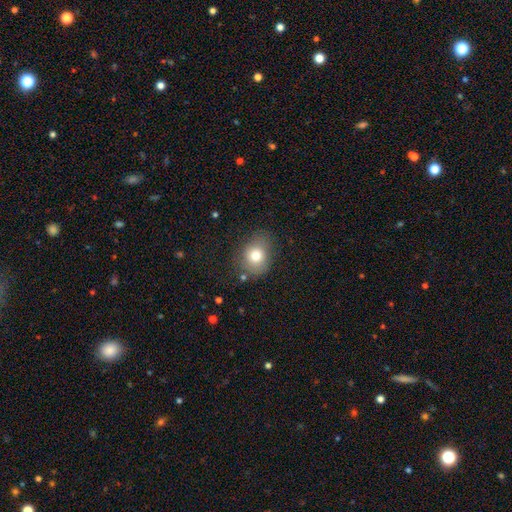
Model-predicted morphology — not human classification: smooth-or-featured: smooth: 76% | featured or disk: 12% | star or artifact: 11%
  how-rounded: round: 57% | in between: 42% | cigar-shaped: 1%
  merging: none: 70% | minor disturbance: 20% | major disturbance: 7% | merger: 3%